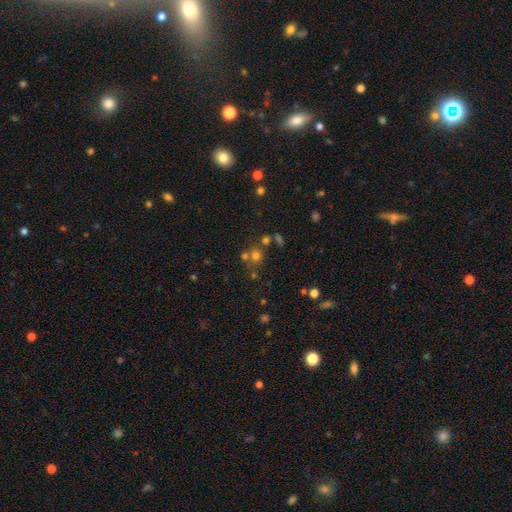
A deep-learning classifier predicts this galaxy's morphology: type=smooth (64%); roundness=round (88%); merging=none (62%).